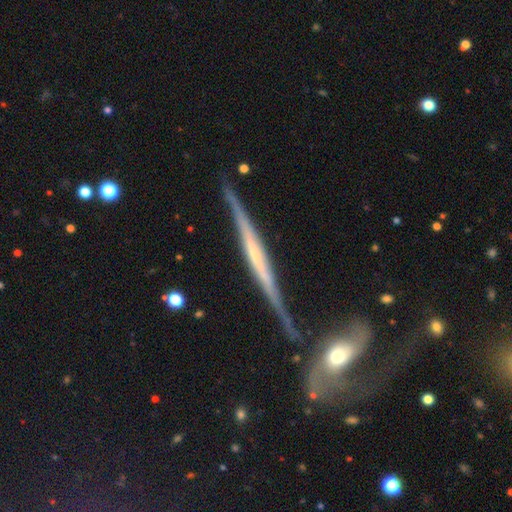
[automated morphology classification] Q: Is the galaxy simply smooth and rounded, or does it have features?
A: featured or disk — 77%.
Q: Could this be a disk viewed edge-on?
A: yes — 95%.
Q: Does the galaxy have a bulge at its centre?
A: none — 57%.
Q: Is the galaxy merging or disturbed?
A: none — 68%.